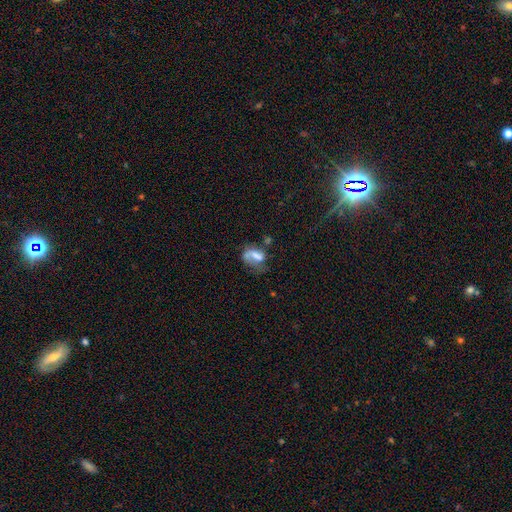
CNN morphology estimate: Smooth or featured? smooth (50%)
How rounded? in between (78%)
Merging? major disturbance (33%)